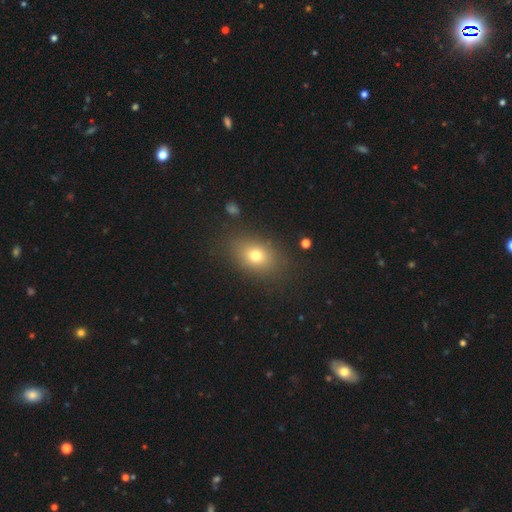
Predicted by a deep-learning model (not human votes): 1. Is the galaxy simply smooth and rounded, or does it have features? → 74% smooth, 13% star or artifact, 13% featured or disk.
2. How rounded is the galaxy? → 73% in between, 26% round, 2% cigar-shaped.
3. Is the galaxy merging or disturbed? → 83% none, 11% minor disturbance, 4% major disturbance, 2% merger.